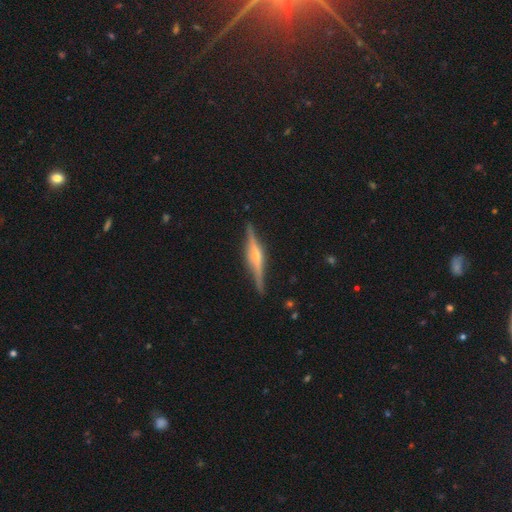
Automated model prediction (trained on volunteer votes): Q: Smooth or featured?
A: featured or disk (83%); runner-up: smooth (11%)
Q: Edge-on disk?
A: yes (98%); runner-up: no (2%)
Q: Edge-on bulge?
A: rounded (82%); runner-up: boxy (12%)
Q: Merging?
A: none (89%); runner-up: minor disturbance (8%)